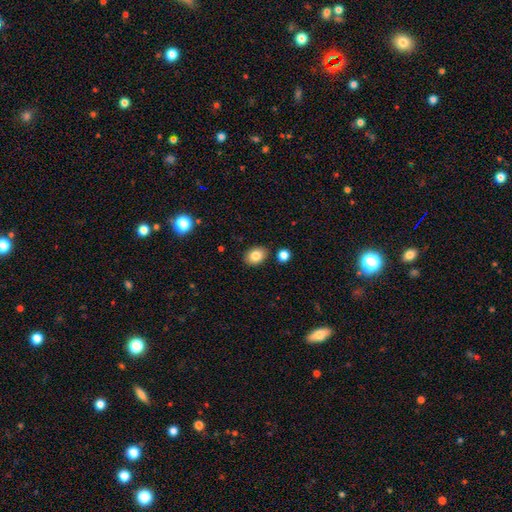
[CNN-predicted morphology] Smooth or featured? Predicted: smooth (p=0.83). How rounded? Predicted: in between (p=0.71). Merging? Predicted: none (p=0.85).